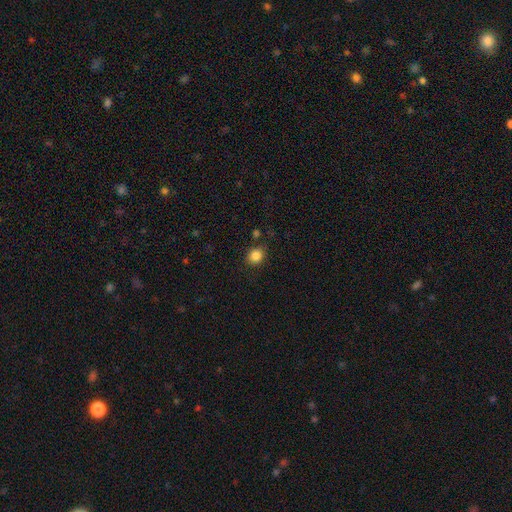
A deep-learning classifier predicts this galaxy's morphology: smooth-or-featured: smooth: 85% | star or artifact: 11% | featured or disk: 4%
  how-rounded: round: 78% | in between: 21% | cigar-shaped: 1%
  merging: none: 84% | minor disturbance: 10% | merger: 3% | major disturbance: 3%